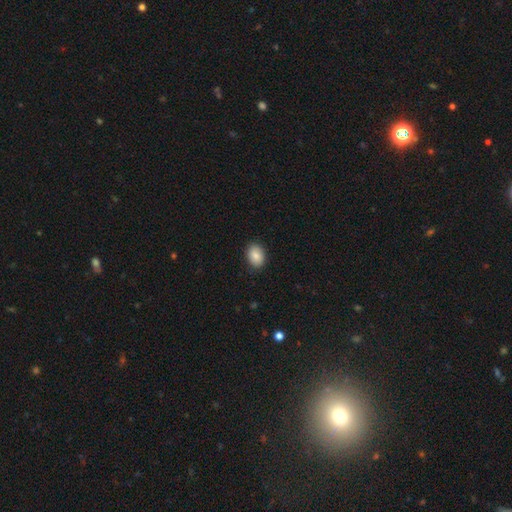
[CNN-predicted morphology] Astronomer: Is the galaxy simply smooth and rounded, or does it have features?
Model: smooth — 86%.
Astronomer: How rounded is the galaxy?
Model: in between — 75%.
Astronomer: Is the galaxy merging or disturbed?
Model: none — 88%.